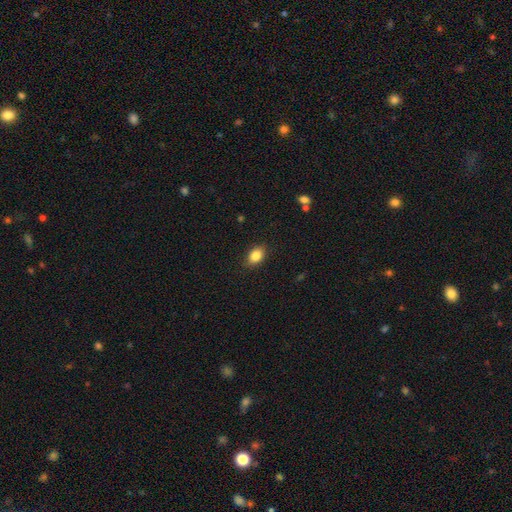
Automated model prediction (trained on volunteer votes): Smooth or featured? smooth (86%)
How rounded? in between (77%)
Merging? none (87%)